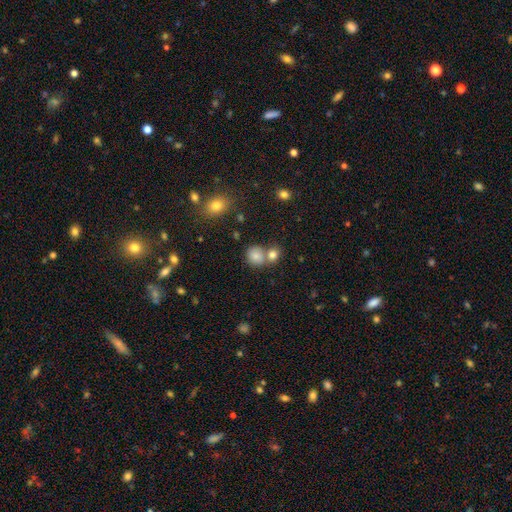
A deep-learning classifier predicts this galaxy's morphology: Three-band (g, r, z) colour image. It shows a smooth galaxy with no disk features (81%) that is round (73%). Merging: none (54%).